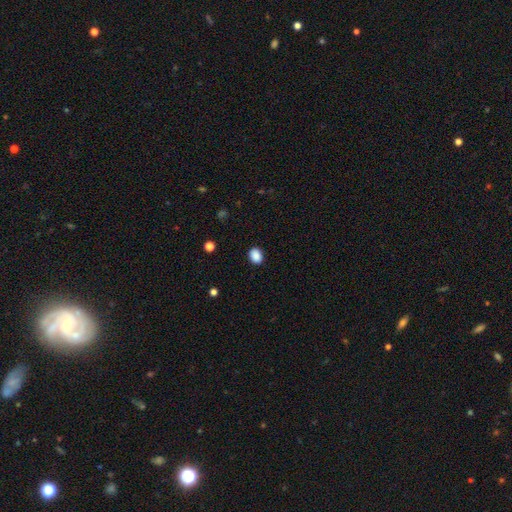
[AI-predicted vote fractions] Morphology: type=smooth (89%); roundness=in between (65%); merging=none (89%).